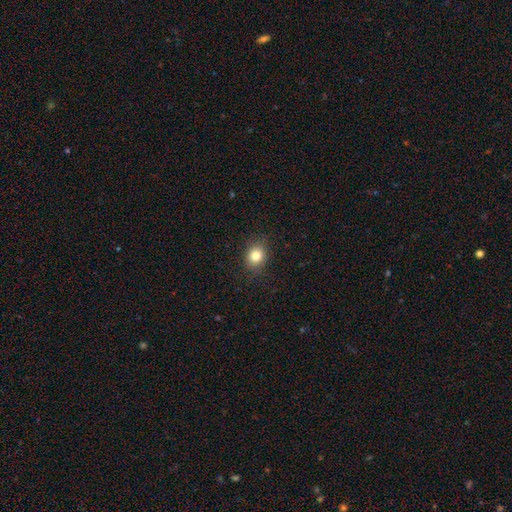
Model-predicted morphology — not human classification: smooth 83%, star or artifact 11%, featured or disk 6%. Down the decision tree: how rounded — round (72%); merging — none (87%).